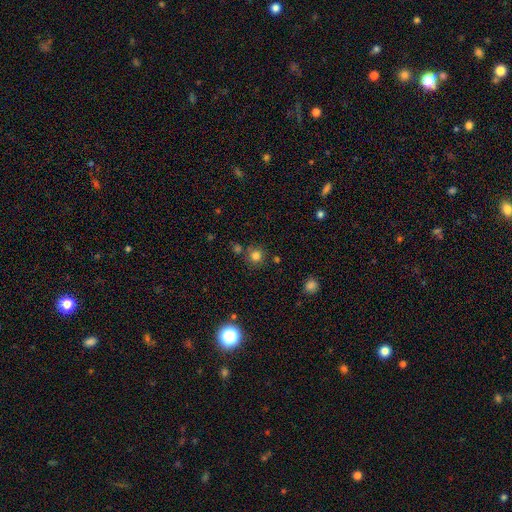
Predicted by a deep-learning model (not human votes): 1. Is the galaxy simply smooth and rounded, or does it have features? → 79% smooth, 16% star or artifact, 6% featured or disk.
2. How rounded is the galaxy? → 91% round, 8% in between, 1% cigar-shaped.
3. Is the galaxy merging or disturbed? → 75% none, 12% merger, 10% minor disturbance, 4% major disturbance.